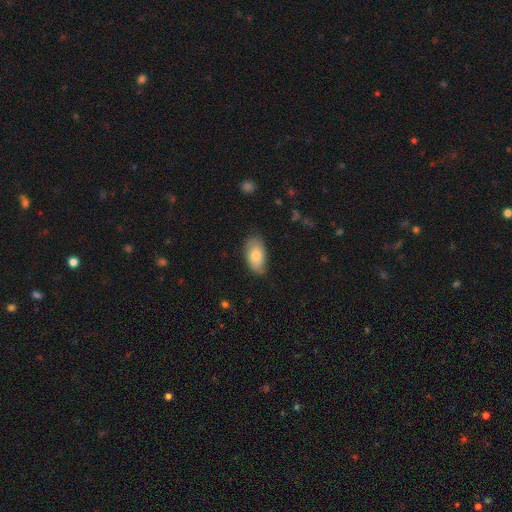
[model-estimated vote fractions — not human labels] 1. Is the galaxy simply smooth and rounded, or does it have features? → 76% smooth, 17% featured or disk, 6% star or artifact.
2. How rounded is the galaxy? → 94% in between, 4% round, 2% cigar-shaped.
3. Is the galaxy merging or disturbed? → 76% none, 20% minor disturbance, 3% major disturbance, 1% merger.